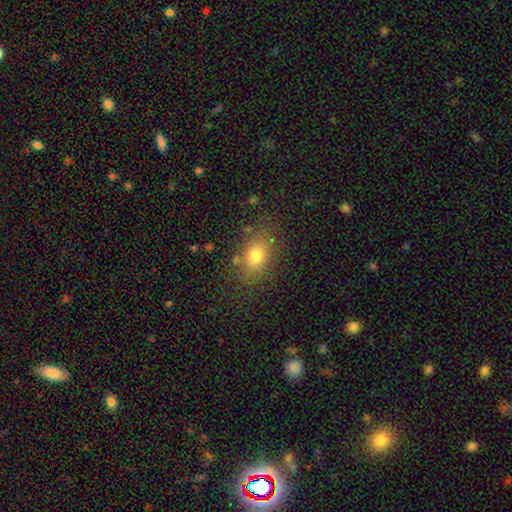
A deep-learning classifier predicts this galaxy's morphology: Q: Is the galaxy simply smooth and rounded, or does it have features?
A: smooth — 77%.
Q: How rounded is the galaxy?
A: in between — 76%.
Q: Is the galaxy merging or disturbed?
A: none — 77%.